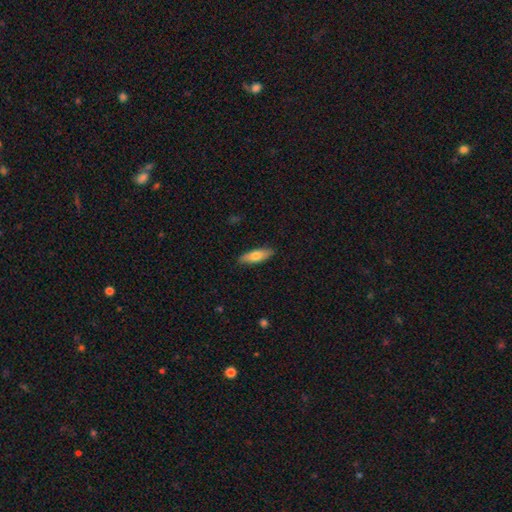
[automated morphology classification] Smooth or featured?
  - smooth: 71% *
  - featured or disk: 23%
  - star or artifact: 6%
How rounded?
  - in between: 52% *
  - cigar-shaped: 46%
  - round: 2%
Merging?
  - none: 88% *
  - minor disturbance: 9%
  - major disturbance: 2%
  - merger: 1%